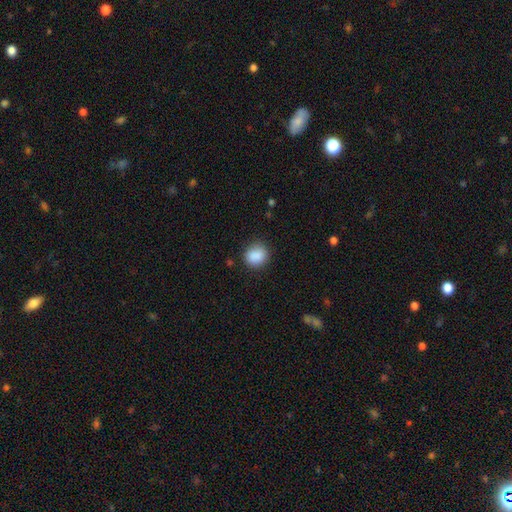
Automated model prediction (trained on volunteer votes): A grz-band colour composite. It shows a smooth galaxy with no disk features (88%) that is round (75%). Merging: none (83%).